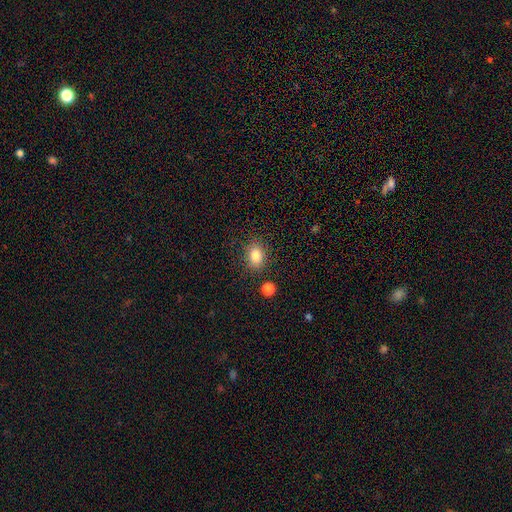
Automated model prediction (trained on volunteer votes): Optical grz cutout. It shows a smooth galaxy with no disk features (84%) that is in between round and cigar-shaped (70%). Merging: none (82%).